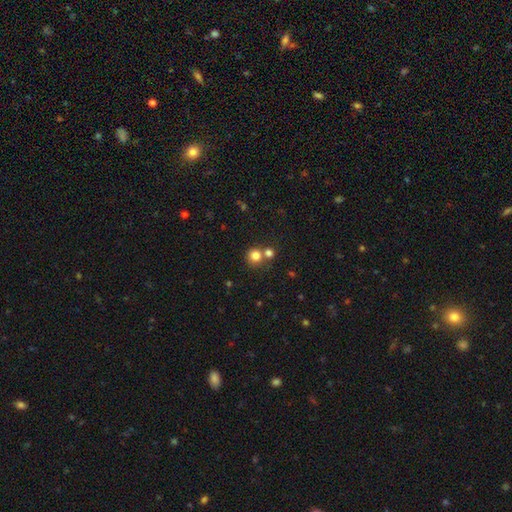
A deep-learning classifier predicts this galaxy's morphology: smooth-or-featured: smooth: 80% | star or artifact: 13% | featured or disk: 7%
  how-rounded: round: 90% | in between: 9% | cigar-shaped: 1%
  merging: none: 58% | merger: 32% | minor disturbance: 7% | major disturbance: 3%